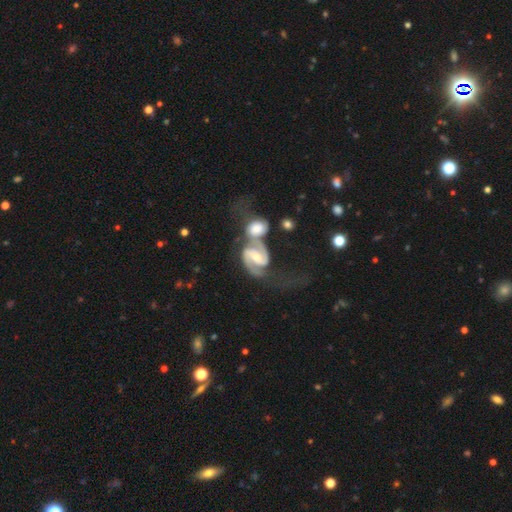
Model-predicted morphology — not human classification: Smooth or featured?
  - featured or disk: 91% *
  - smooth: 4%
  - star or artifact: 4%
Edge-on disk?
  - no: 98% *
  - yes: 2%
Bar?
  - weak: 44% *
  - strong: 33%
  - no: 23%
Spiral arms?
  - yes: 98% *
  - no: 2%
Spiral winding?
  - medium: 54% *
  - tight: 28%
  - loose: 19%
Spiral arm count?
  - 2: 92% *
  - can't tell: 2%
  - 1: 2%
  - 3: 2%
  - 4: 1%
  - more than 4: 1%
Bulge size?
  - moderate: 54% *
  - small: 41%
  - large: 3%
  - none: 1%
  - dominant: 1%
Merging?
  - merger: 46% *
  - none: 29%
  - minor disturbance: 12%
  - major disturbance: 12%